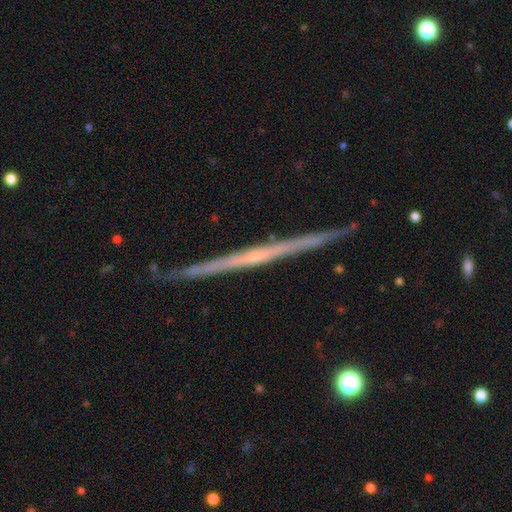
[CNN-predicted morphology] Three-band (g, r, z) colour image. It shows a featured or disk galaxy (81%) viewed edge-on (98%) with no central bulge (61%). Merging: none (90%).